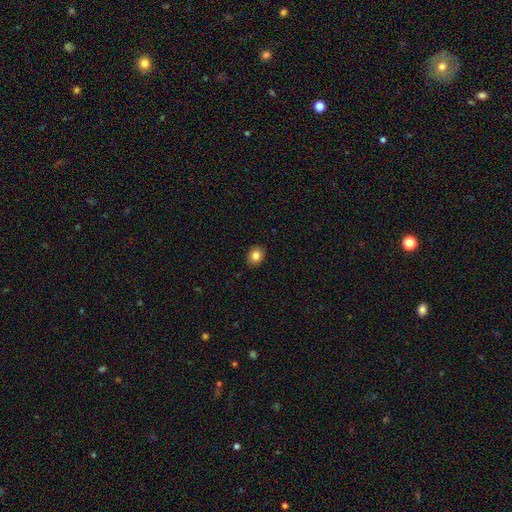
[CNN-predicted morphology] Overall: smooth (83%). How rounded: round (59%; in between 40%). Merging: none (90%).